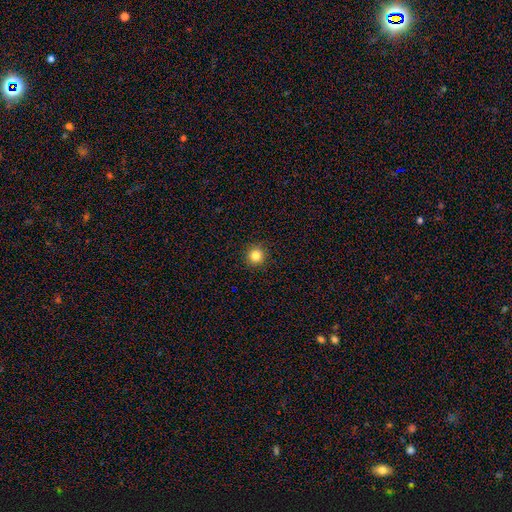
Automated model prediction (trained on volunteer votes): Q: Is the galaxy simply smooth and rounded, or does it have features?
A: smooth — 84%.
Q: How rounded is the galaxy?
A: round — 94%.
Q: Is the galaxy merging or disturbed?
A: none — 92%.